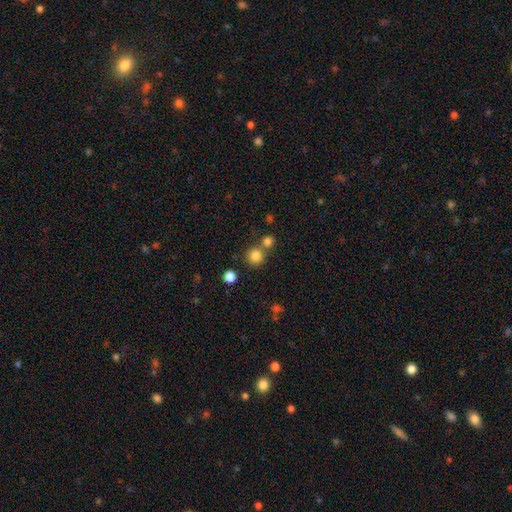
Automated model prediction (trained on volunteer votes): Q: Smooth or featured?
A: smooth (82%); runner-up: star or artifact (13%)
Q: How rounded?
A: round (92%); runner-up: in between (7%)
Q: Merging?
A: none (67%); runner-up: merger (23%)